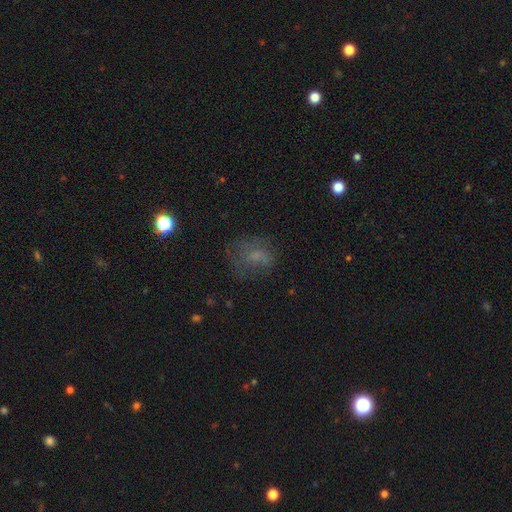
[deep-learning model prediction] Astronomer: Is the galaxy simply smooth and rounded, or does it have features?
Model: smooth — 49% (runner-up: featured or disk, 30%).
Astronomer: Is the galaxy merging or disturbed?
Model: none — 53%.